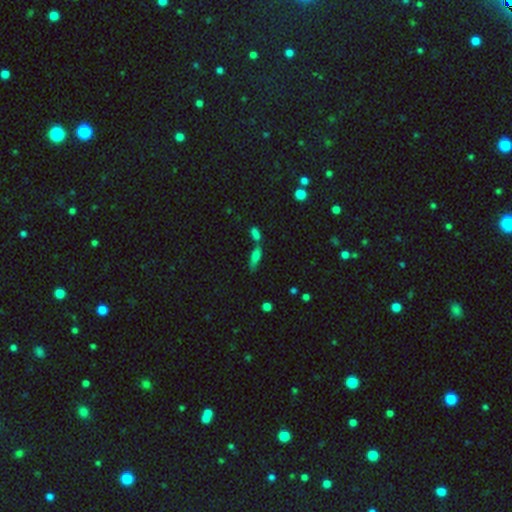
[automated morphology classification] Overall: smooth (71%). How rounded: in between (54%; cigar-shaped 42%). Merging: none (42%; merger 39%).